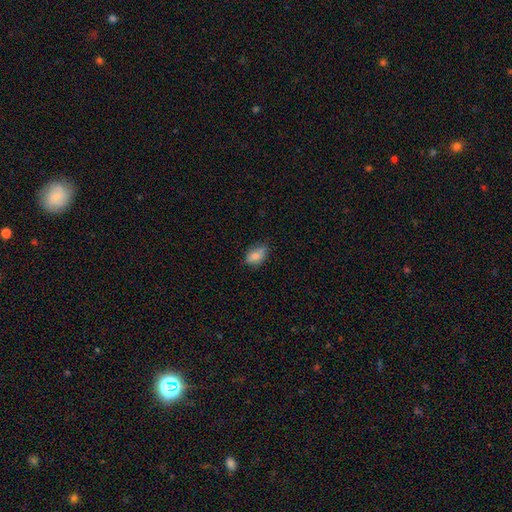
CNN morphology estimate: Q: Smooth or featured?
A: smooth (80%); runner-up: featured or disk (12%)
Q: How rounded?
A: in between (86%); runner-up: round (11%)
Q: Merging?
A: none (64%); runner-up: minor disturbance (29%)